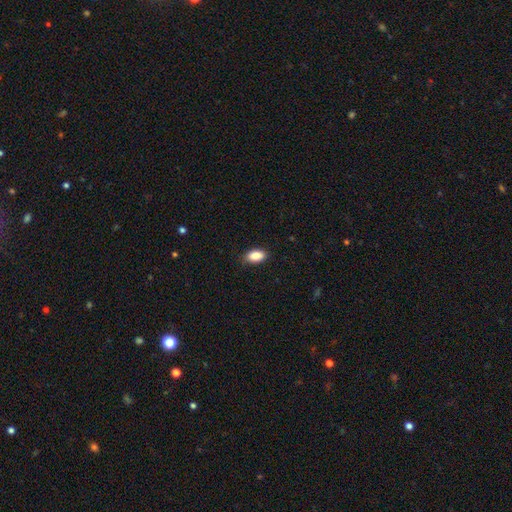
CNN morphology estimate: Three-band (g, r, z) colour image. It shows a smooth galaxy with no disk features (89%) that is in between round and cigar-shaped (92%). Merging: none (84%).